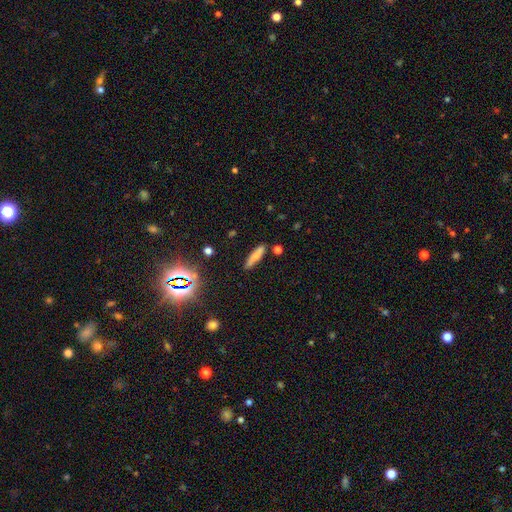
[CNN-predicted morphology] Smooth or featured? smooth (64%)
How rounded? cigar-shaped (78%)
Merging? none (83%)